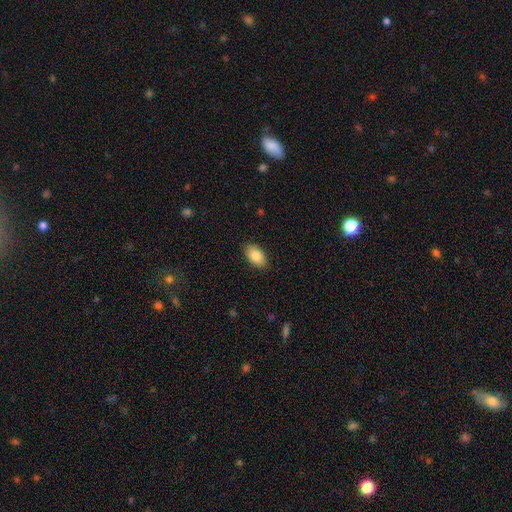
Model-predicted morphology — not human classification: This is clearly a smooth galaxy (84%). How rounded: clearly in between (93%). Merging: clearly none (88%).